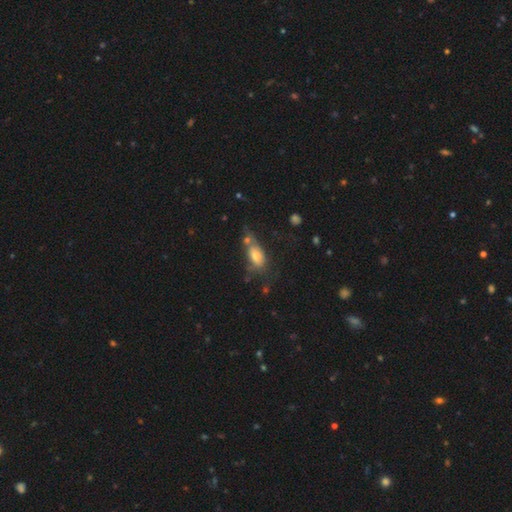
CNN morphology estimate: smooth 70%, featured or disk 19%, star or artifact 11%. Down the decision tree: how rounded — in between (84%); merging — none (39%).